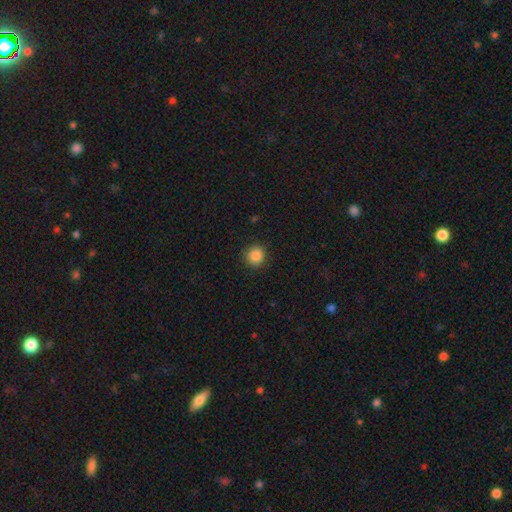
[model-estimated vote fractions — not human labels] Smooth or featured? smooth (86%)
How rounded? round (91%)
Merging? none (91%)